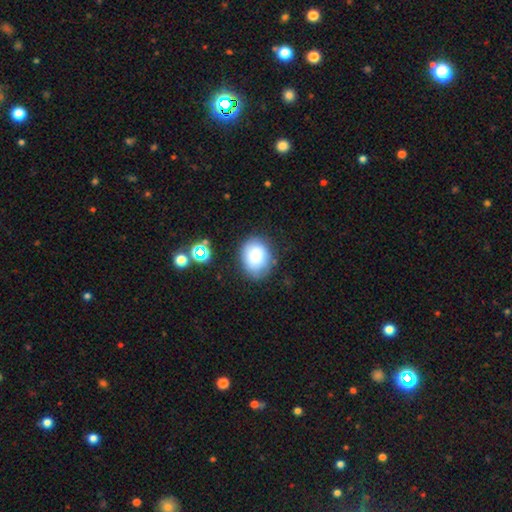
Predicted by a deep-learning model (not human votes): smooth-or-featured: smooth: 79% | featured or disk: 12% | star or artifact: 9%
  how-rounded: round: 51% | in between: 49% | cigar-shaped: 1%
  merging: none: 75% | minor disturbance: 18% | major disturbance: 5% | merger: 3%